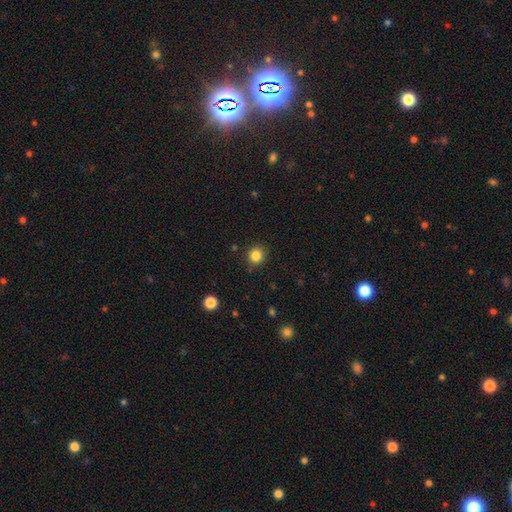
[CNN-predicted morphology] Smooth or featured? Predicted: smooth (p=0.84). How rounded? Predicted: round (p=0.91). Merging? Predicted: none (p=0.88).